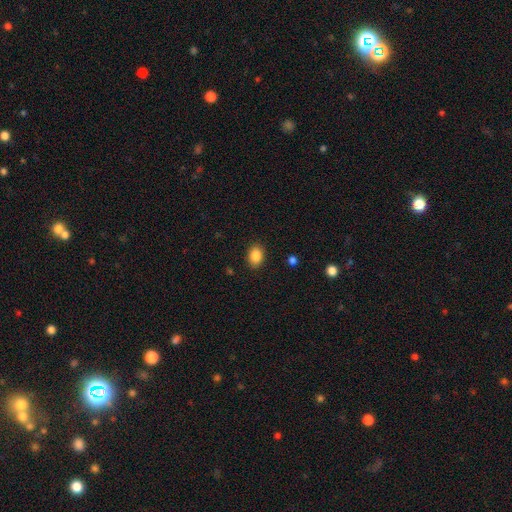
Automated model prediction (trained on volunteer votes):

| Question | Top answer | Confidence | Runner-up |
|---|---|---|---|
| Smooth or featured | smooth | 86% | star or artifact (9%) |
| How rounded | in between | 71% | round (28%) |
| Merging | none | 88% | minor disturbance (8%) |